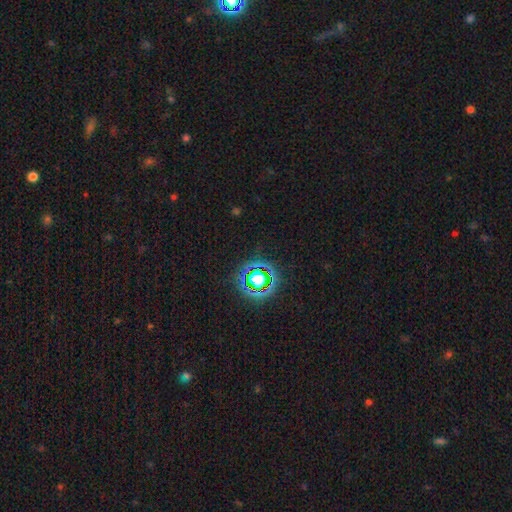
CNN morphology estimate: Overall: star or artifact (77%).